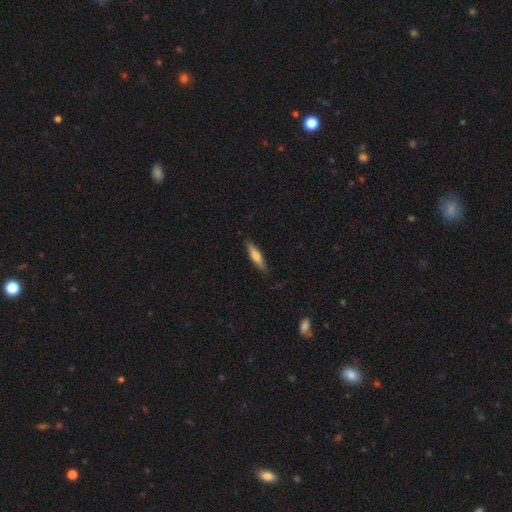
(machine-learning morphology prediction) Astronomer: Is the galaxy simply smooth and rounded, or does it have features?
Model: smooth — 64%.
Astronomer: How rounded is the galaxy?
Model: cigar-shaped — 78%.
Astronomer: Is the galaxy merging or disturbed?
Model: none — 86%.